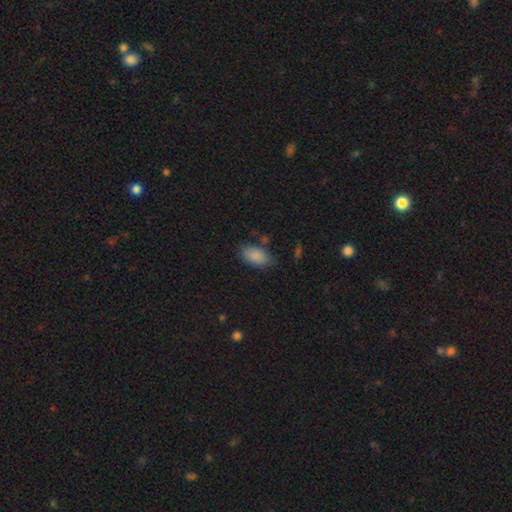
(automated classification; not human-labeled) Smooth or featured: smooth — 87% (star or artifact — 8%)
How rounded: in between — 93% (round — 5%)
Merging: none — 71% (minor disturbance — 20%)